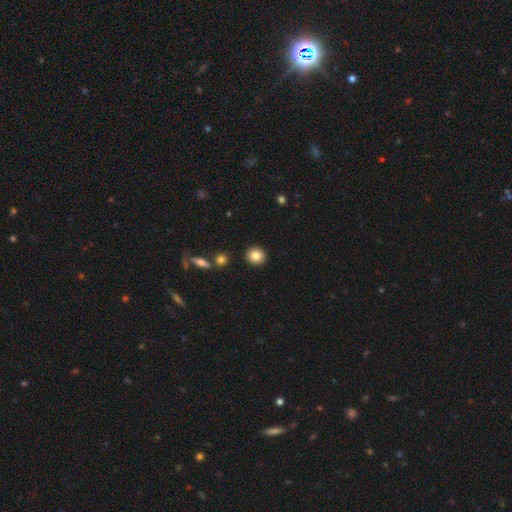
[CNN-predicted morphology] smooth-or-featured: smooth: 84% | star or artifact: 9% | featured or disk: 7%
  how-rounded: round: 87% | in between: 12% | cigar-shaped: 1%
  merging: none: 91% | minor disturbance: 5% | merger: 2% | major disturbance: 2%